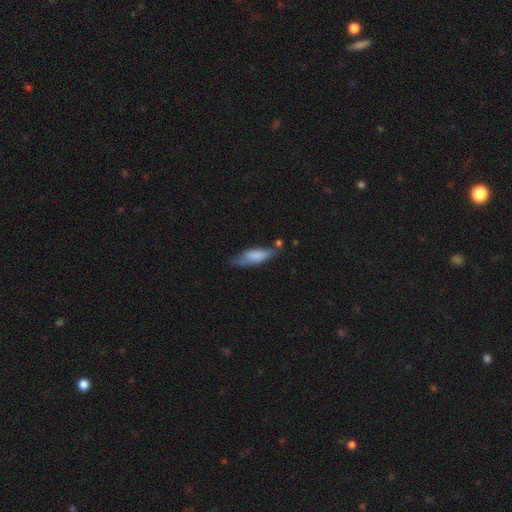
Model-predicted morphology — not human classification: This appears to be a smooth galaxy with no disk features (74%) that is in between round and cigar-shaped (57%). Merging: none (49%).